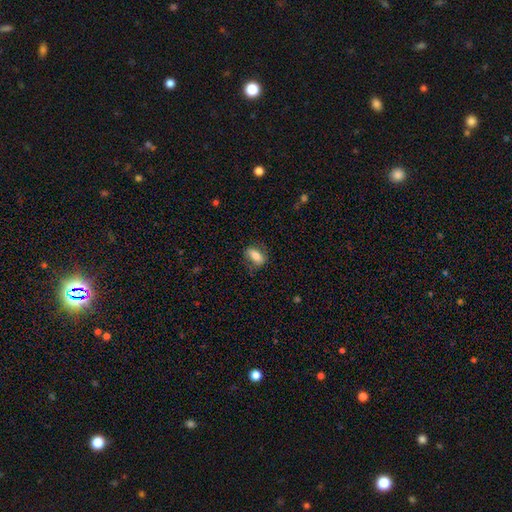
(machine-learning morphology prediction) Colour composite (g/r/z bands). It shows a smooth galaxy with no disk features (68%) that is in between round and cigar-shaped (82%). Merging: none (69%).